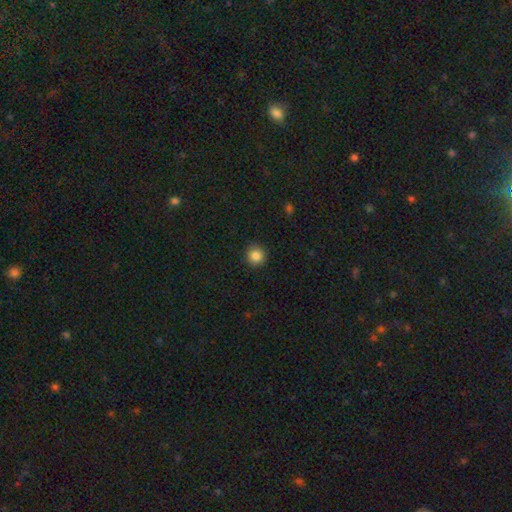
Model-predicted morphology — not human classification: A smooth galaxy with no disk features (85%) that is round (93%).

Vote fractions:
- Smooth or featured? smooth: 85% / star or artifact: 10% / featured or disk: 5%
- How rounded? round: 93% / in between: 6% / cigar-shaped: 1%
- Merging? none: 91% / minor disturbance: 6% / major disturbance: 2% / merger: 1%